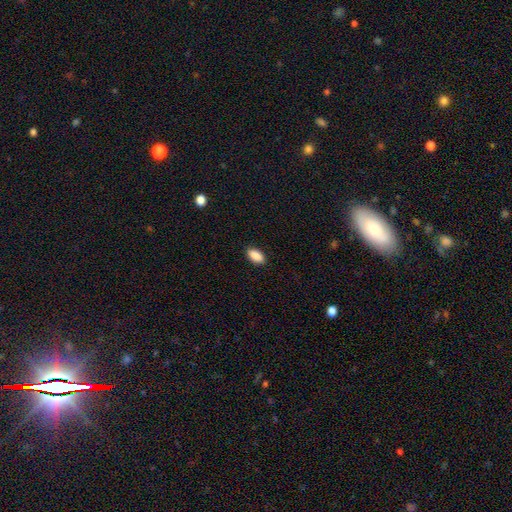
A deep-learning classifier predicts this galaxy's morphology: A smooth galaxy with no disk features (90%) that is in between round and cigar-shaped (93%). Merging: none (89%).